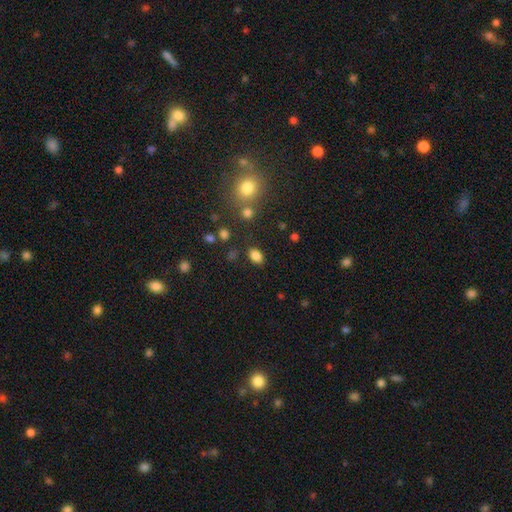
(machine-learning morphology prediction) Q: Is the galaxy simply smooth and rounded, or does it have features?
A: smooth — 84%.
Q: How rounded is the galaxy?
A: in between — 81%.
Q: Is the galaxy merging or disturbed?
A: none — 82%.